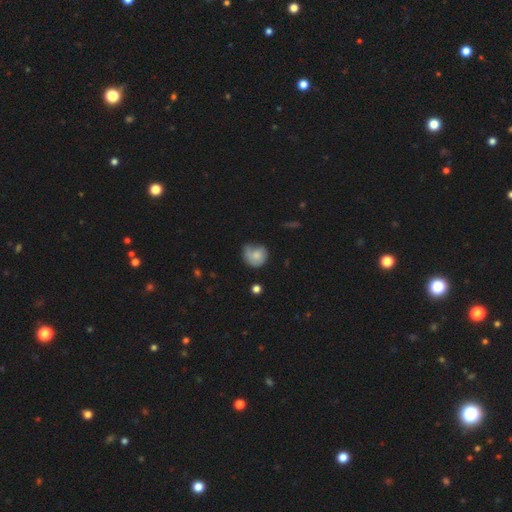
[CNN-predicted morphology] smooth 67%, featured or disk 25%, star or artifact 8%. Down the decision tree: how rounded — round (76%); merging — none (41%).